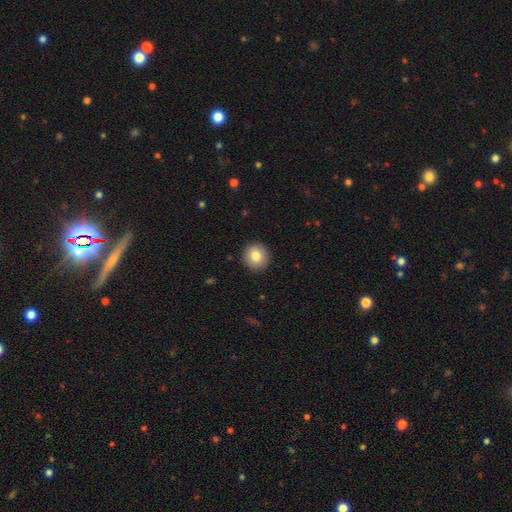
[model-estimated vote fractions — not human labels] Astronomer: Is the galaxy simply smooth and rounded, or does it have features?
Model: smooth — 82%.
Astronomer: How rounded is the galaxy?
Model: round — 93%.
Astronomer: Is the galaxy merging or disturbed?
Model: none — 92%.